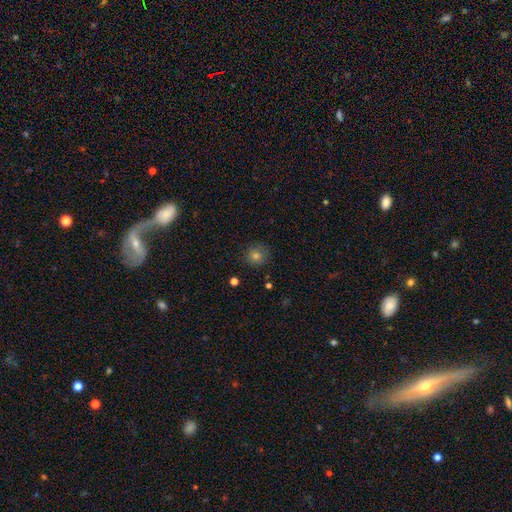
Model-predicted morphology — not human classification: Q: Smooth or featured?
A: smooth (74%); runner-up: star or artifact (18%)
Q: How rounded?
A: round (91%); runner-up: in between (8%)
Q: Merging?
A: none (86%); runner-up: minor disturbance (10%)